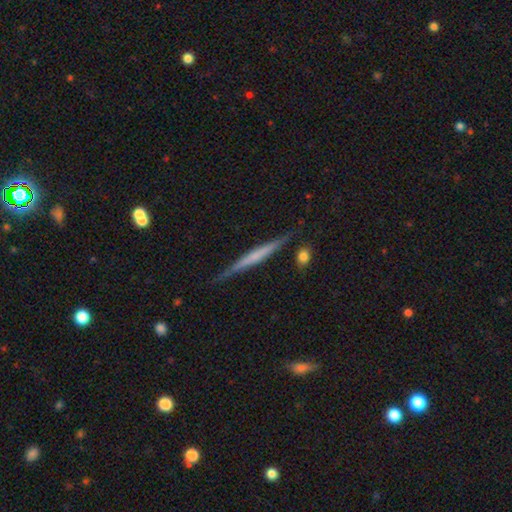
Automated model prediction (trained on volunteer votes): Smooth or featured? featured or disk (60%)
Edge-on disk? yes (97%)
Edge-on bulge? none (63%)
Merging? none (84%)